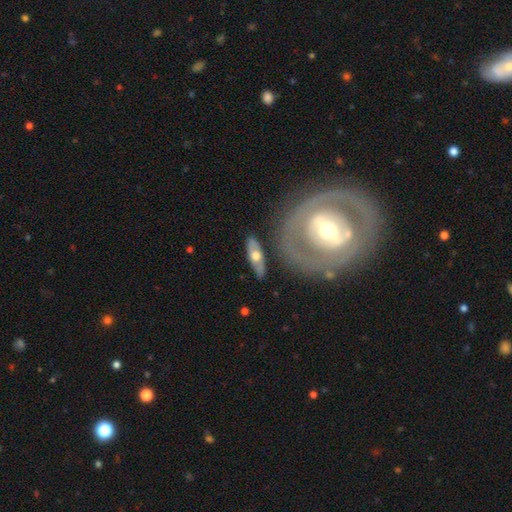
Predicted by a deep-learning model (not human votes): Smooth or featured? Predicted: featured or disk (p=0.51). Edge-on disk? Predicted: no (p=0.63). Merging? Predicted: none (p=0.77).